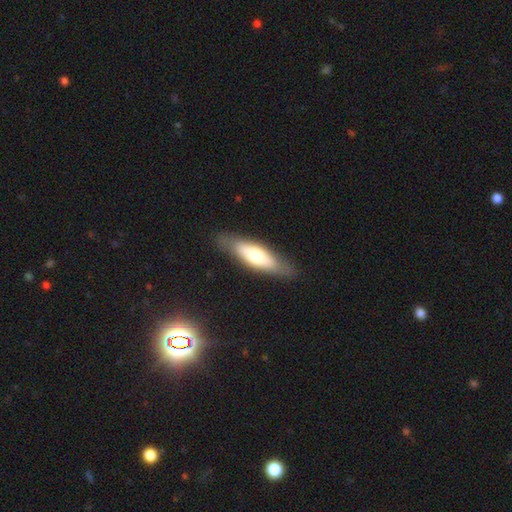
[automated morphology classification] Smooth or featured?
  - smooth: 62% *
  - featured or disk: 32%
  - star or artifact: 6%
How rounded?
  - cigar-shaped: 55% *
  - in between: 43%
  - round: 2%
Merging?
  - none: 83% *
  - minor disturbance: 12%
  - major disturbance: 3%
  - merger: 1%